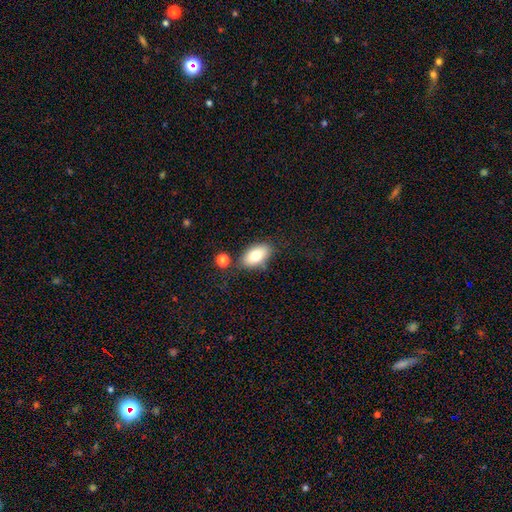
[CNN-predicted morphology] A smooth galaxy with no disk features (79%) that is in between round and cigar-shaped (92%).

Vote fractions:
- Smooth or featured? smooth: 79% / featured or disk: 14% / star or artifact: 8%
- How rounded? in between: 92% / round: 6% / cigar-shaped: 3%
- Merging? none: 76% / minor disturbance: 13% / merger: 7% / major disturbance: 4%